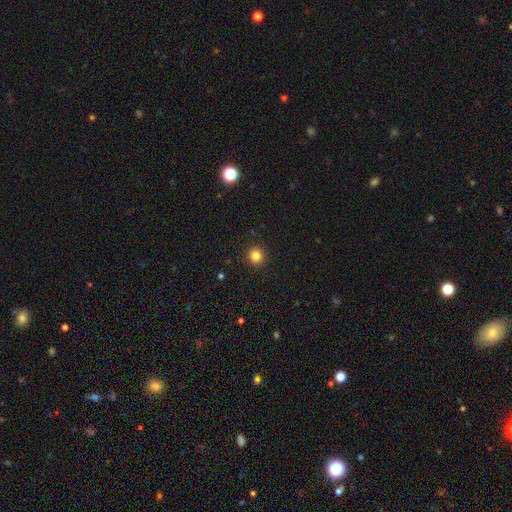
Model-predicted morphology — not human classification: Q: Smooth or featured?
A: smooth (83%); runner-up: star or artifact (13%)
Q: How rounded?
A: round (94%); runner-up: in between (5%)
Q: Merging?
A: none (93%); runner-up: minor disturbance (5%)